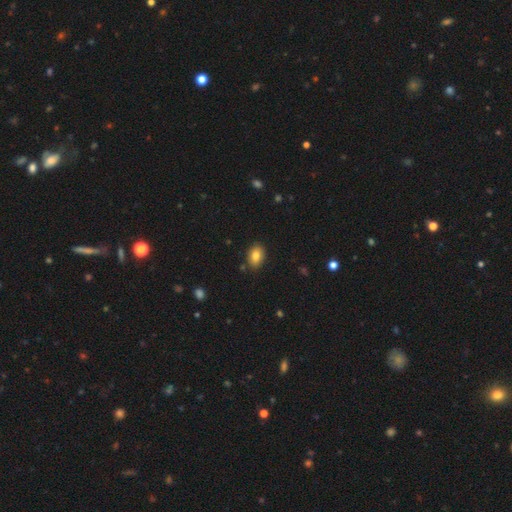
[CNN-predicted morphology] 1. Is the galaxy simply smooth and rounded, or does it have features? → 83% smooth, 8% star or artifact, 8% featured or disk.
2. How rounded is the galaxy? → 84% in between, 14% round, 1% cigar-shaped.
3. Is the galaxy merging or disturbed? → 86% none, 10% minor disturbance, 2% major disturbance, 2% merger.